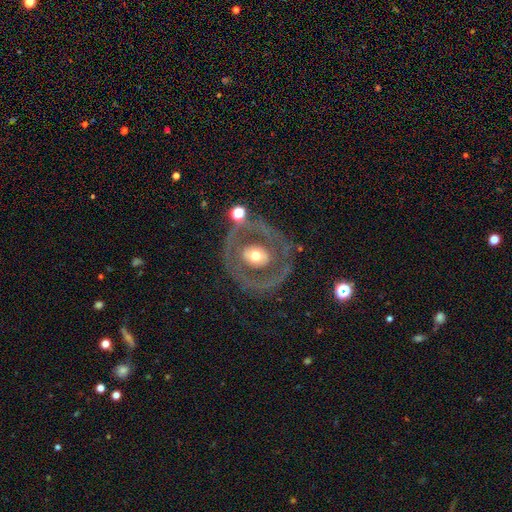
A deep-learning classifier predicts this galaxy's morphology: Smooth or featured? featured or disk (65%)
Edge-on disk? no (95%)
Bar? no (76%)
Spiral arms? no (73%)
Bulge size? moderate (66%)
Merging? none (66%)